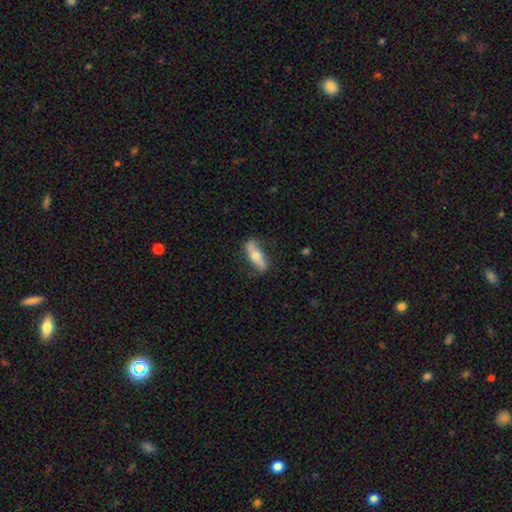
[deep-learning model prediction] This appears to be a featured or disk galaxy (49%). Merging: none (77%).